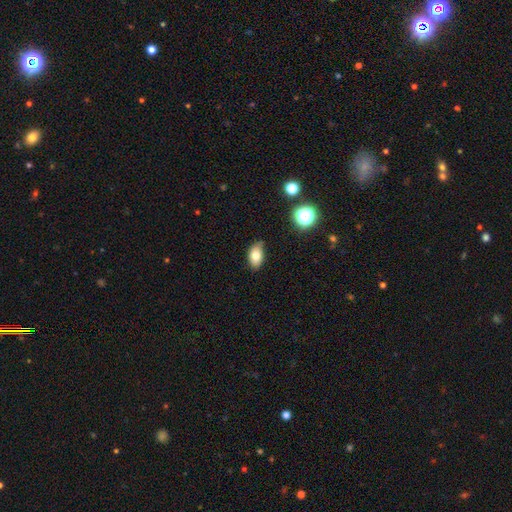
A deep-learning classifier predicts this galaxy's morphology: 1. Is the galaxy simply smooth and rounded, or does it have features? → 77% smooth, 13% featured or disk, 10% star or artifact.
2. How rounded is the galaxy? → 90% in between, 8% round, 2% cigar-shaped.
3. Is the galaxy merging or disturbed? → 69% none, 25% minor disturbance, 4% major disturbance, 2% merger.